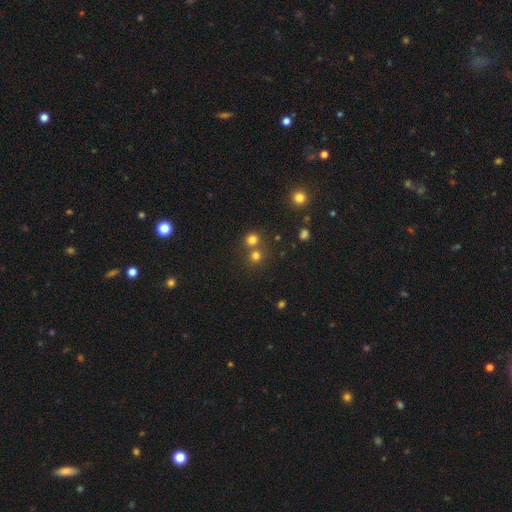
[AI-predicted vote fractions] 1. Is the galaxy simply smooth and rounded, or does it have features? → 73% smooth, 20% star or artifact, 7% featured or disk.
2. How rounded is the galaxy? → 89% round, 10% in between, 1% cigar-shaped.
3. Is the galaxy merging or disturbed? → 58% none, 34% merger, 6% minor disturbance, 3% major disturbance.